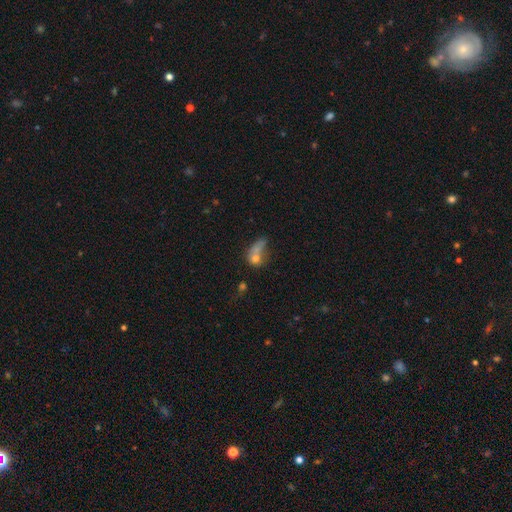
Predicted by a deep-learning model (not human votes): Morphology: type=smooth (63%); roundness=in between (61%); merging=merger (33%).